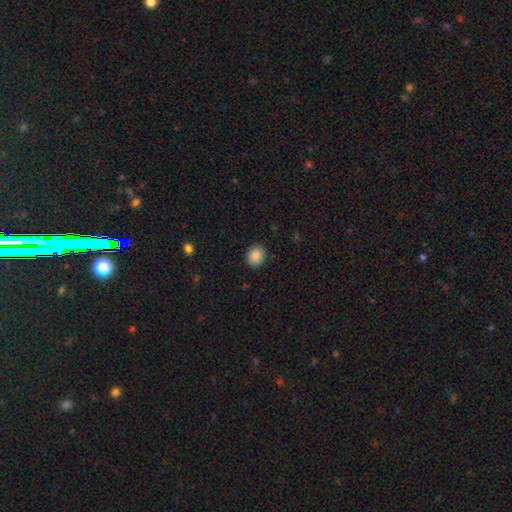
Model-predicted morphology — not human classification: The model was most divided on "how rounded": round: 77%, in between: 22%, cigar-shaped: 1%. More confident: merging — none (90%); smooth or featured — smooth (88%).